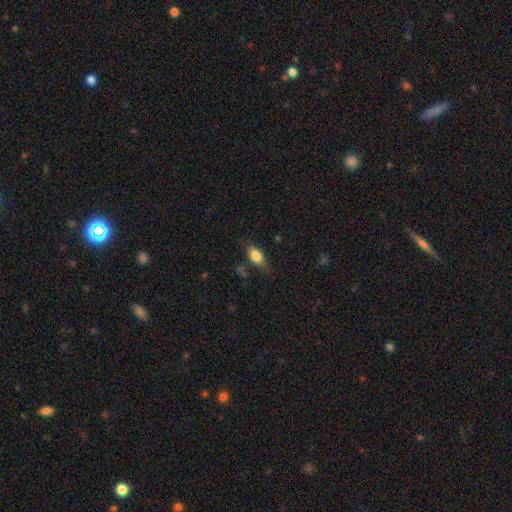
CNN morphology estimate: Smooth or featured? smooth (79%)
How rounded? in between (84%)
Merging? none (69%)